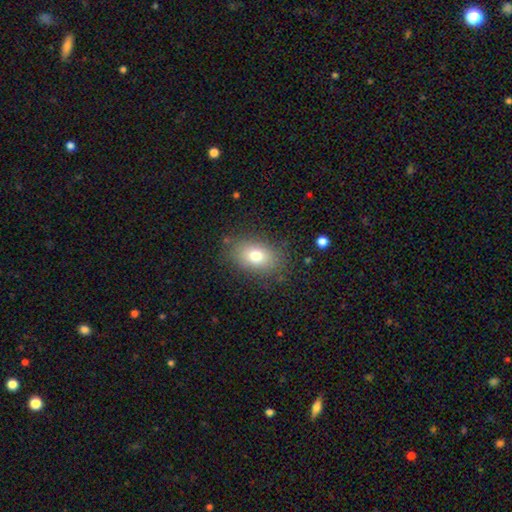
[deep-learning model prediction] Overall: smooth (75%). How rounded: in between (80%). Merging: none (82%).